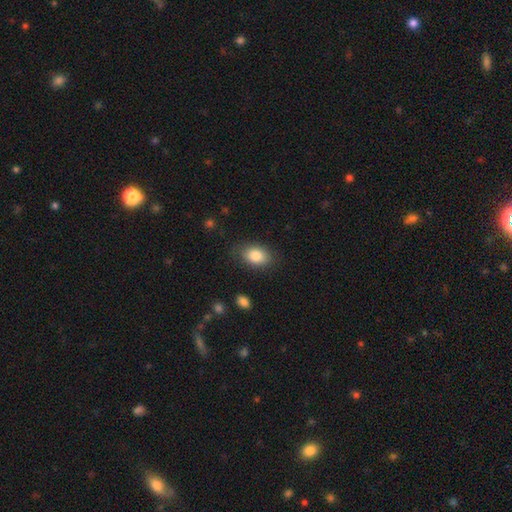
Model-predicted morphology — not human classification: Smooth or featured? Predicted: smooth (p=0.84). How rounded? Predicted: in between (p=0.81). Merging? Predicted: none (p=0.81).